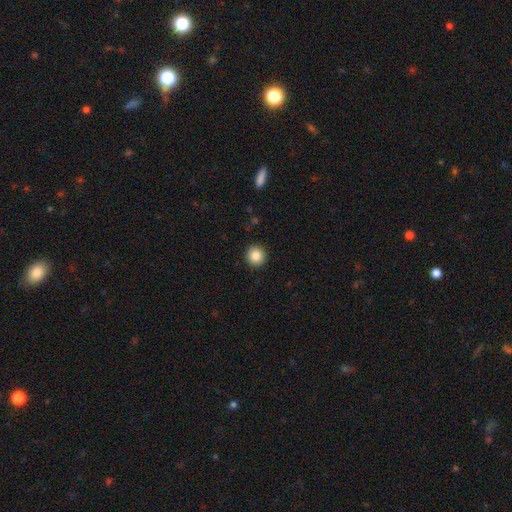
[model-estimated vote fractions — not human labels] Smooth or featured?
  - smooth: 85% *
  - star or artifact: 10%
  - featured or disk: 5%
How rounded?
  - round: 94% *
  - in between: 5%
  - cigar-shaped: 1%
Merging?
  - none: 92% *
  - minor disturbance: 5%
  - major disturbance: 2%
  - merger: 1%